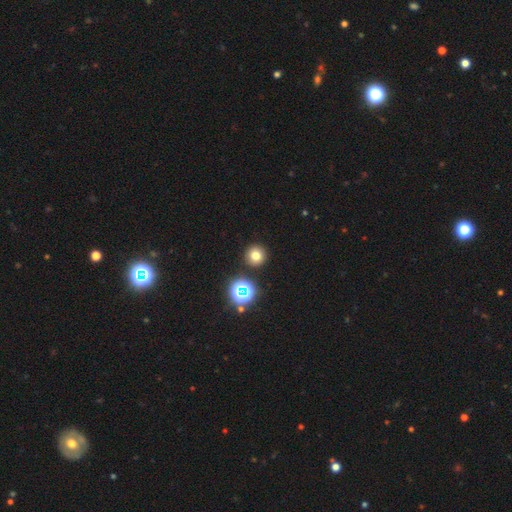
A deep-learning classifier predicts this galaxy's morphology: This appears to be a smooth galaxy with no disk features (71%) that is round (95%). Merging: none (89%).